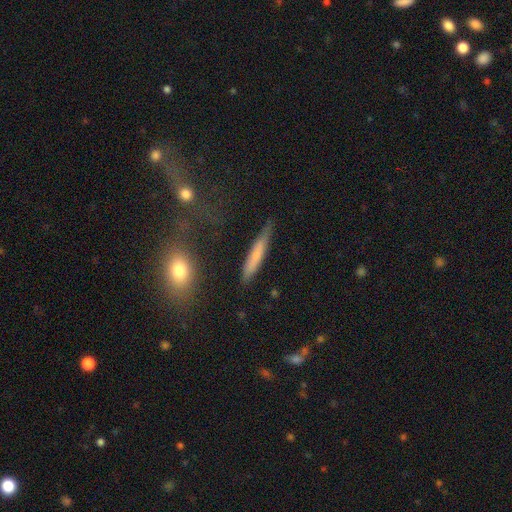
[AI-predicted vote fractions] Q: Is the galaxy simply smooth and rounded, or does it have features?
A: smooth — 65%.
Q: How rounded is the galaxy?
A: cigar-shaped — 92%.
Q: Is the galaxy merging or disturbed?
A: none — 79%.